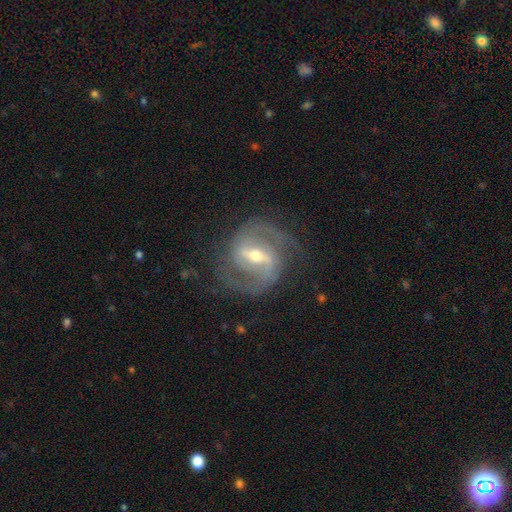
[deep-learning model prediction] smooth-or-featured: featured or disk: 91% | star or artifact: 5% | smooth: 5%
  disk-edge-on: no: 97% | yes: 3%
    bar: strong: 55% | weak: 36% | no: 9%
    has-spiral-arms: yes: 97% | no: 3%
      spiral-winding: medium: 55% | tight: 29% | loose: 16%
      spiral-arm-count: 2: 88% | 3: 4% | can't tell: 4% | 1: 2% | 4: 1% | more than 4: 1%
    bulge-size: moderate: 60% | small: 35% | large: 3% | none: 1% | dominant: 1%
  merging: none: 77% | minor disturbance: 14% | major disturbance: 7% | merger: 1%